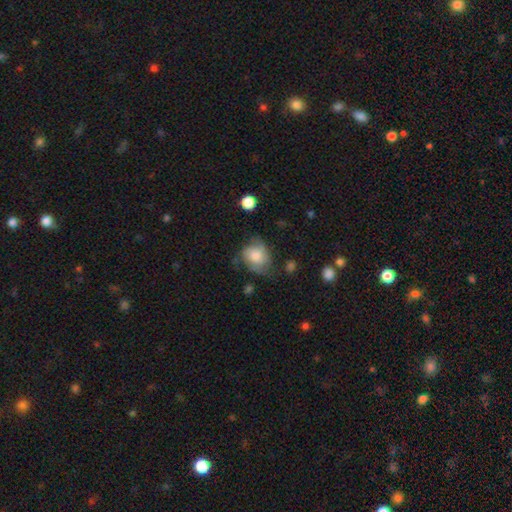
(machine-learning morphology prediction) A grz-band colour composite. It shows a smooth galaxy with no disk features (56%) that is round (54%). Merging: none (46%).